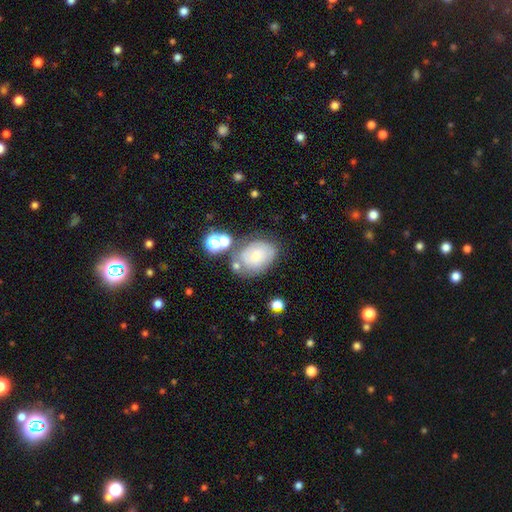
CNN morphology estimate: Q: Smooth or featured?
A: smooth (54%); runner-up: featured or disk (34%)
Q: How rounded?
A: in between (63%); runner-up: round (36%)
Q: Merging?
A: none (55%); runner-up: minor disturbance (22%)